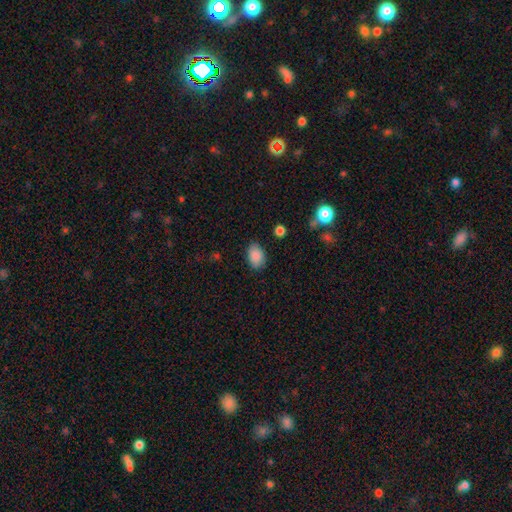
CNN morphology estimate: smooth-or-featured: smooth: 88% | star or artifact: 8% | featured or disk: 4%
  how-rounded: in between: 84% | round: 15% | cigar-shaped: 1%
  merging: none: 82% | minor disturbance: 13% | major disturbance: 3% | merger: 1%